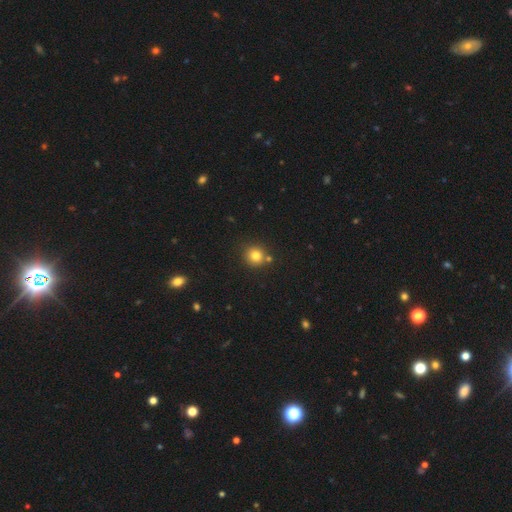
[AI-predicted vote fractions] Smooth or featured?
  - smooth: 80% *
  - star or artifact: 13%
  - featured or disk: 7%
How rounded?
  - round: 91% *
  - in between: 8%
  - cigar-shaped: 1%
Merging?
  - none: 79% *
  - merger: 10%
  - minor disturbance: 9%
  - major disturbance: 2%